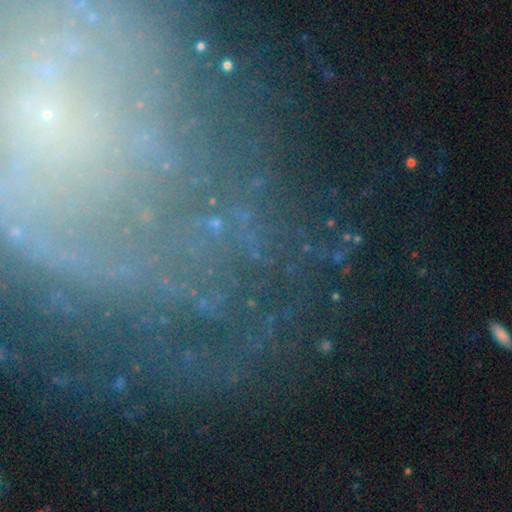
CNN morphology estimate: This appears to be a star or artifact, not a galaxy (49%).